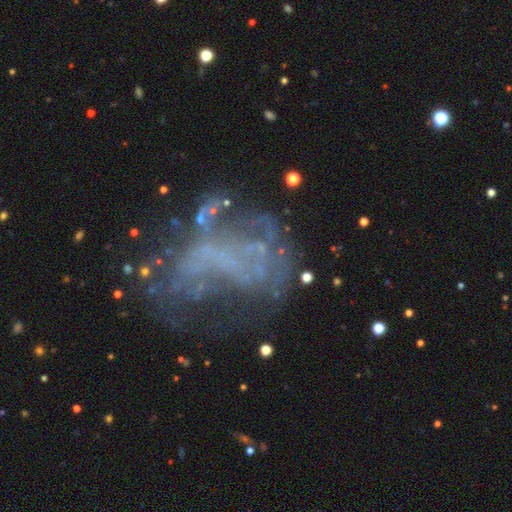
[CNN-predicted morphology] smooth_or_featured: featured or disk (p=0.60) [alt: star or artifact p=0.24]
disk_edge_on: no (p=0.97) [alt: yes p=0.03]
bar: no (p=0.84) [alt: weak p=0.10]
has_spiral_arms: no (p=0.79) [alt: yes p=0.21]
bulge_size: none (p=0.86) [alt: small p=0.08]
merging: major disturbance (p=0.40) [alt: none p=0.36]